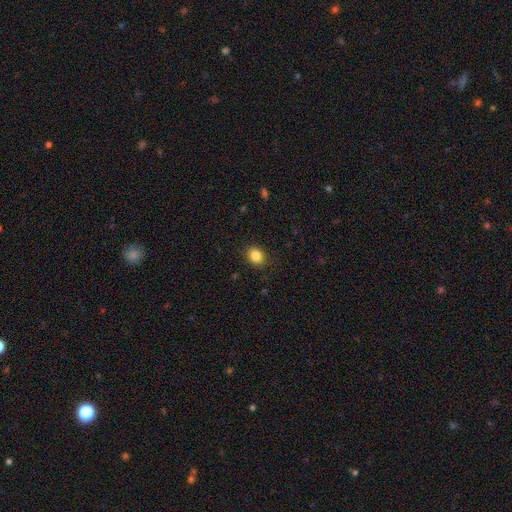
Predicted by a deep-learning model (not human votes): Smooth or featured: smooth — 86% (star or artifact — 10%)
How rounded: round — 54% (in between — 45%)
Merging: none — 88% (minor disturbance — 9%)